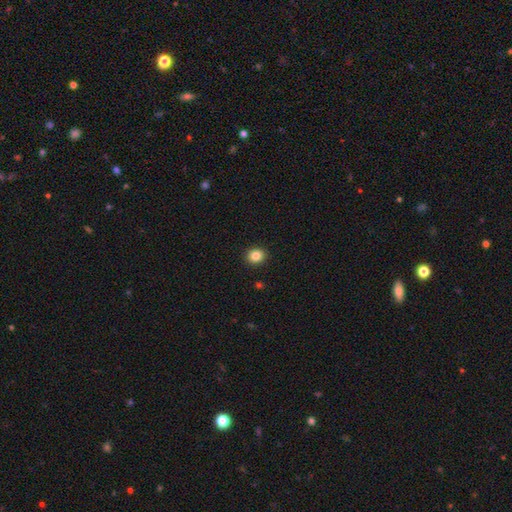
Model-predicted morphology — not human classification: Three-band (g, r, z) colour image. It shows a smooth galaxy with no disk features (84%) that is round (76%). Merging: none (92%).